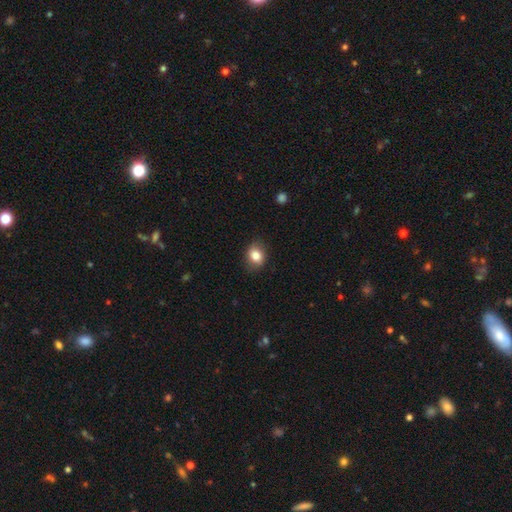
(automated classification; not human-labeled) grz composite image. It shows a smooth galaxy with no disk features (83%) that is in between round and cigar-shaped (51%). Merging: none (84%).